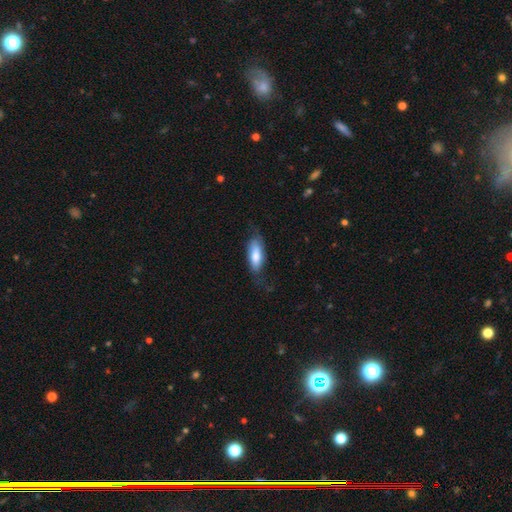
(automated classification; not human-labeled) This is likely a smooth galaxy (66%). How rounded: likely in between (69%). Merging: possibly none (59%).